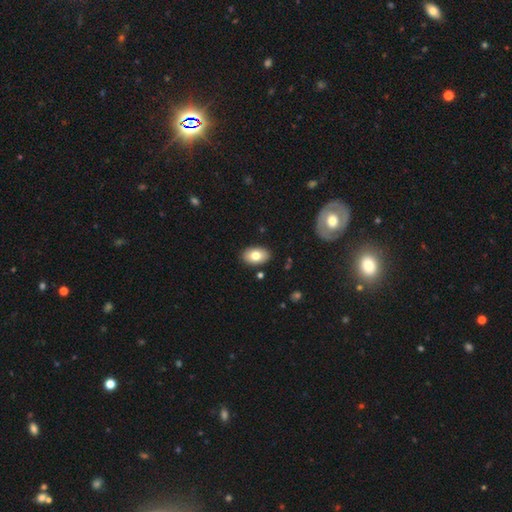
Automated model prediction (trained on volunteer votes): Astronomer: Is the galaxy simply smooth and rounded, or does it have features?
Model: smooth — 77%.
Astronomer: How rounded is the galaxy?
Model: in between — 90%.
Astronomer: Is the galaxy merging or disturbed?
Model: none — 88%.